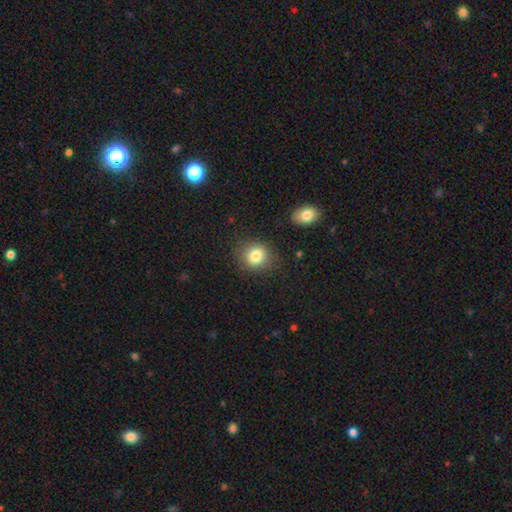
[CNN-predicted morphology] smooth 83%, star or artifact 10%, featured or disk 7%. Down the decision tree: how rounded — round (77%); merging — none (83%).